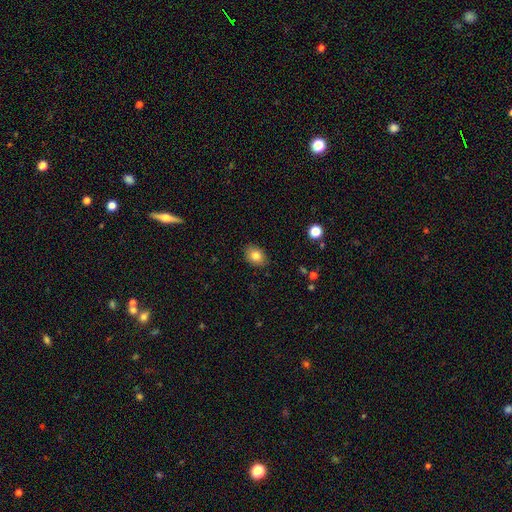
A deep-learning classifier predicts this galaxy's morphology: type=smooth (82%); roundness=in between (66%); merging=none (86%).